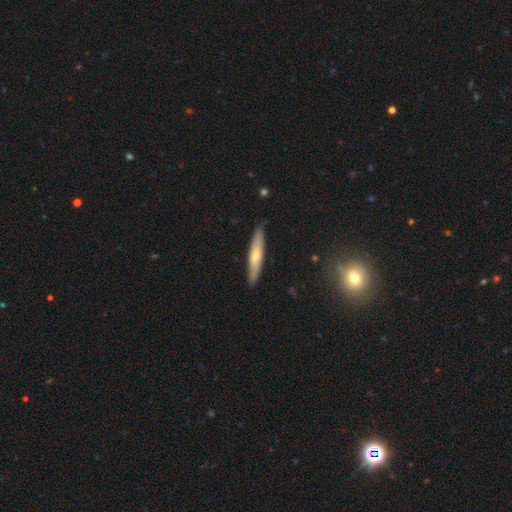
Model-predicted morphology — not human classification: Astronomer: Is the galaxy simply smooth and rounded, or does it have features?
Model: smooth — 55% (runner-up: featured or disk, 40%).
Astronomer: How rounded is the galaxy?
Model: cigar-shaped — 89%.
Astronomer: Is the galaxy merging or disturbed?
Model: none — 86%.